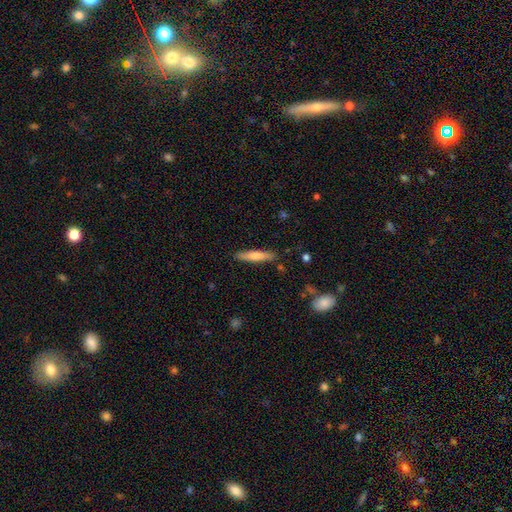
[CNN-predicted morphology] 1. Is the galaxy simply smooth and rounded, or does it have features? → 67% smooth, 27% featured or disk, 6% star or artifact.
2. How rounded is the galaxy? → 87% cigar-shaped, 11% in between, 1% round.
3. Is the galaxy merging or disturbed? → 88% none, 9% minor disturbance, 2% major disturbance, 2% merger.